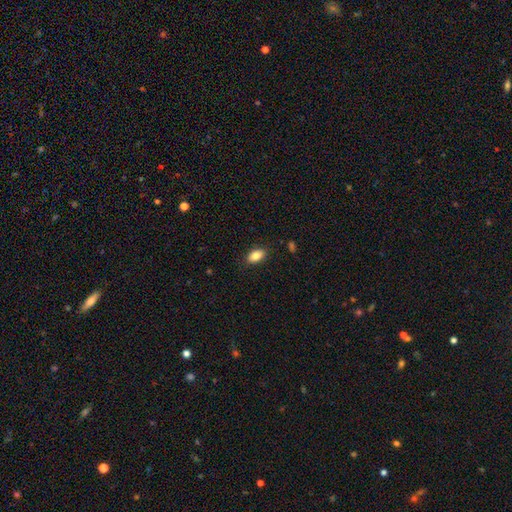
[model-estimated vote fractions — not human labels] Smooth or featured: smooth — 84% (star or artifact — 8%)
How rounded: in between — 90% (round — 8%)
Merging: none — 85% (minor disturbance — 11%)